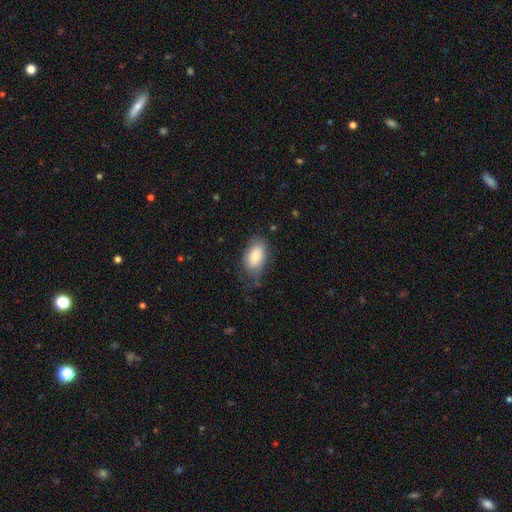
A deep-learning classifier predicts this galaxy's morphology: smooth_or_featured: smooth (p=0.80) [alt: featured or disk p=0.14]
how_rounded: in between (p=0.93) [alt: round p=0.05]
merging: none (p=0.54) [alt: minor disturbance p=0.31]